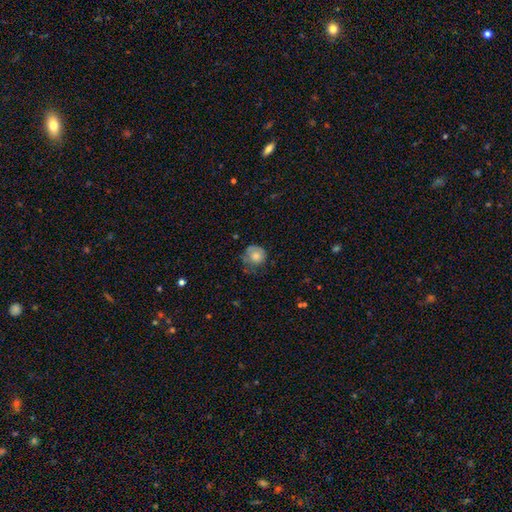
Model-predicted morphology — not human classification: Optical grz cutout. It shows a smooth galaxy with no disk features (71%) that is round (84%). Merging: none (47%).